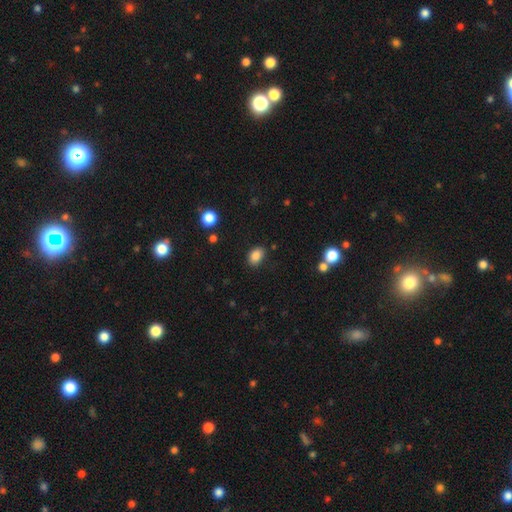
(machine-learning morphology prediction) Smooth or featured? Predicted: smooth (p=0.86). How rounded? Predicted: in between (p=0.82). Merging? Predicted: none (p=0.83).